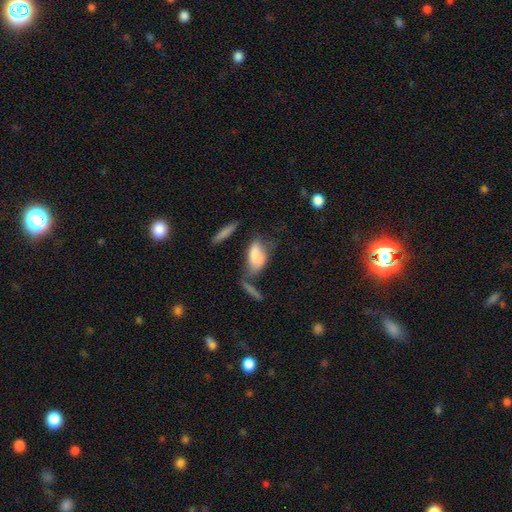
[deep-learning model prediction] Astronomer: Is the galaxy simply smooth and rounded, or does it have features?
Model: smooth — 71%.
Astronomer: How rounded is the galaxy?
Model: in between — 86%.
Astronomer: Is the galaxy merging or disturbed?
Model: merger — 28% (runner-up: none, 26%).